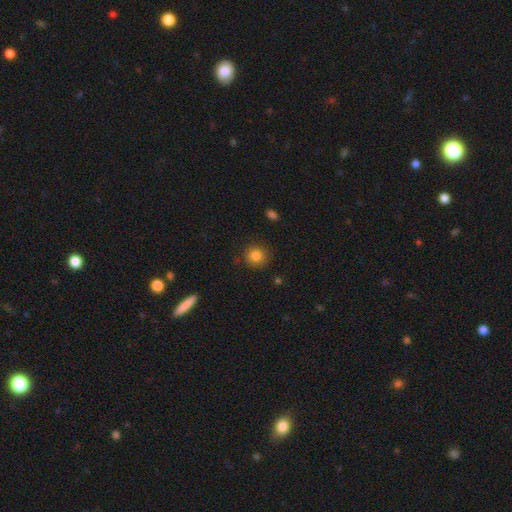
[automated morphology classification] Q: Smooth or featured?
A: smooth (83%); runner-up: star or artifact (10%)
Q: How rounded?
A: round (91%); runner-up: in between (8%)
Q: Merging?
A: none (85%); runner-up: minor disturbance (10%)